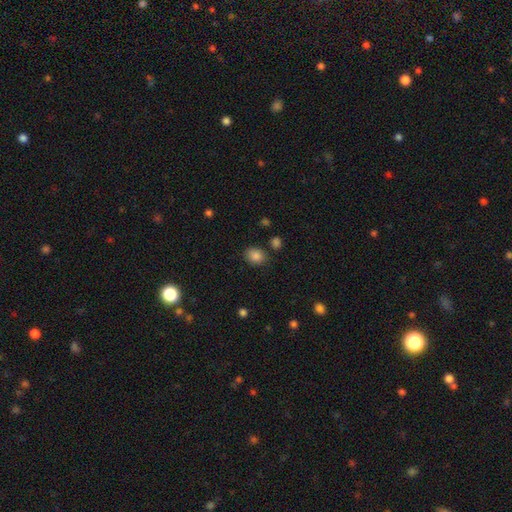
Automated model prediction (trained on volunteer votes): smooth 85%, star or artifact 10%, featured or disk 5%. Down the decision tree: how rounded — in between (59%); merging — none (79%).